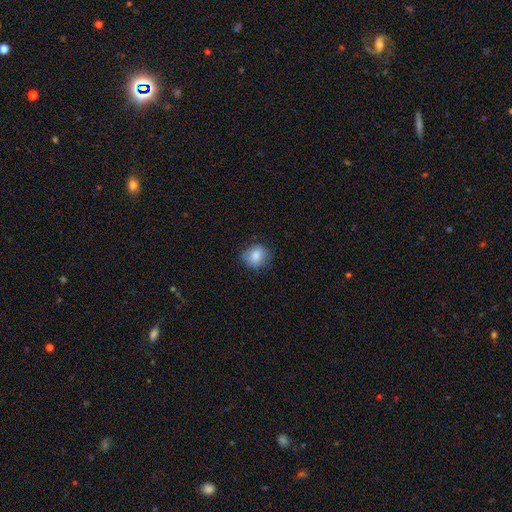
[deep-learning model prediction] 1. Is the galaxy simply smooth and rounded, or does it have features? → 82% smooth, 10% featured or disk, 9% star or artifact.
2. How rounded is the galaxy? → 69% round, 30% in between, 1% cigar-shaped.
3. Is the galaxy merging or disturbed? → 77% none, 18% minor disturbance, 4% major disturbance, 1% merger.